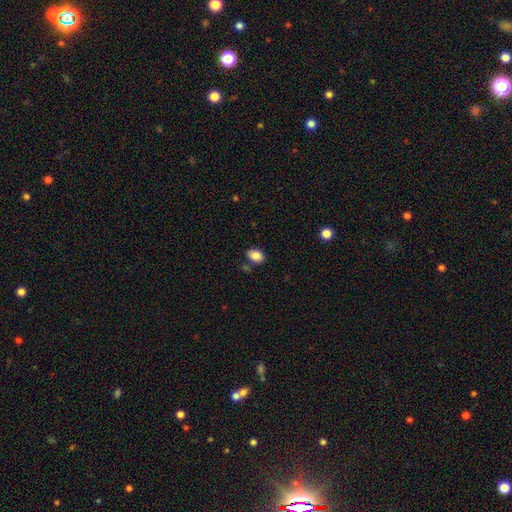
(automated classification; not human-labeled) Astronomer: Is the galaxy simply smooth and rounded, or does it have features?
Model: smooth — 87%.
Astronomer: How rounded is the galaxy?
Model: in between — 77%.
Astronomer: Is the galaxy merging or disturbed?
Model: none — 78%.